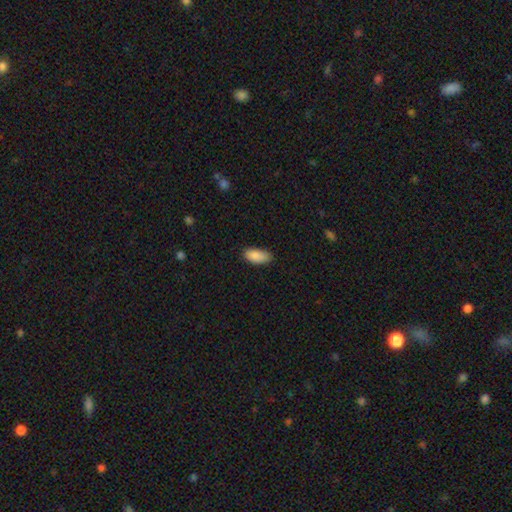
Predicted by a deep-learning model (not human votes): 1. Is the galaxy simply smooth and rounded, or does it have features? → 88% smooth, 7% star or artifact, 5% featured or disk.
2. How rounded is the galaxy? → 90% in between, 7% cigar-shaped, 2% round.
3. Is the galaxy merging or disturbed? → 78% none, 18% minor disturbance, 3% major disturbance, 1% merger.